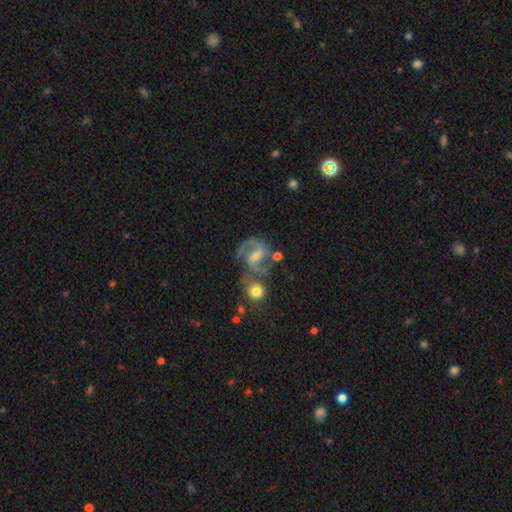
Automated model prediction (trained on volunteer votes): Morphology: type=featured or disk (83%); edge-on=no (97%); bar=weak (46%); spiral arms=yes (95%); winding=medium (58%); arm count=2 (85%); bulge=small (48%); merging=none (51%).